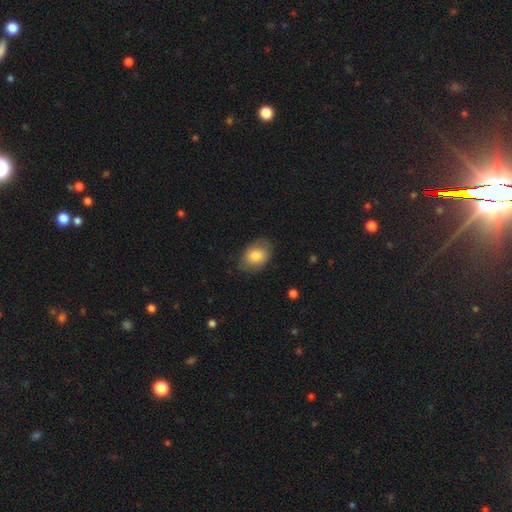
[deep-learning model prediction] Overall: smooth (77%). How rounded: in between (77%). Merging: none (75%).